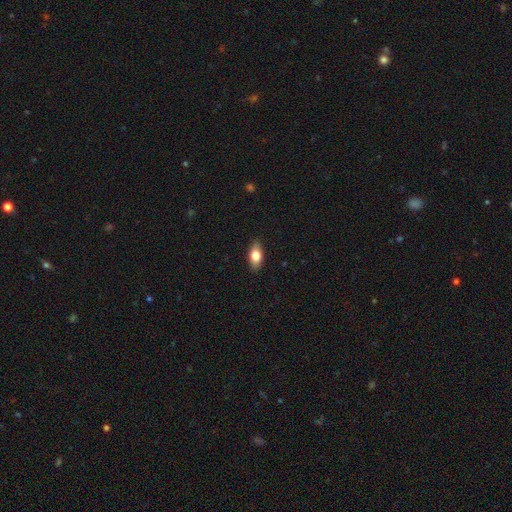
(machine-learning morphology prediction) Smooth or featured? Predicted: smooth (p=0.78). How rounded? Predicted: in between (p=0.86). Merging? Predicted: none (p=0.88).